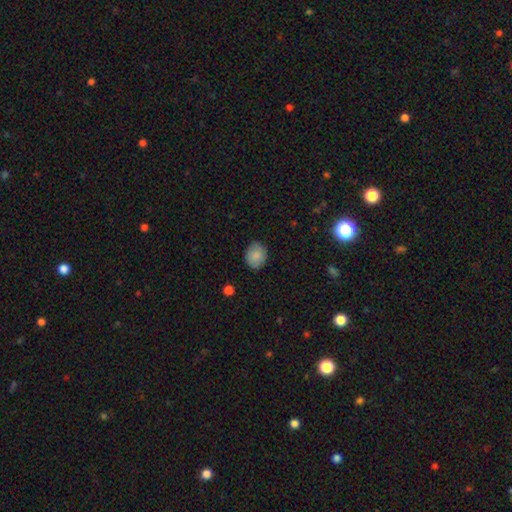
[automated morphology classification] smooth_or_featured: smooth (p=0.85) [alt: star or artifact p=0.08]
how_rounded: round (p=0.59) [alt: in between p=0.40]
merging: none (p=0.82) [alt: minor disturbance p=0.14]